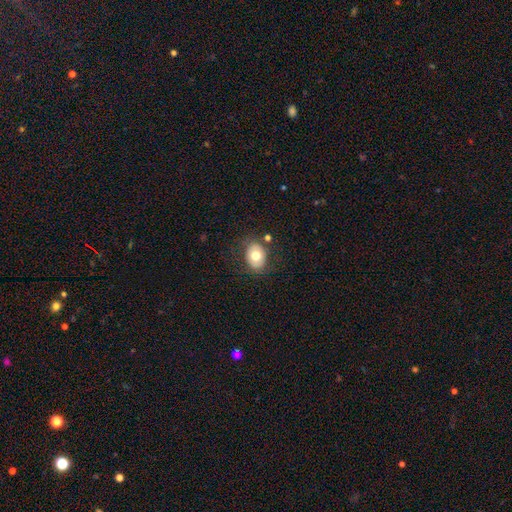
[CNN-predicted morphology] Smooth or featured? smooth (70%)
How rounded? in between (63%)
Merging? none (77%)